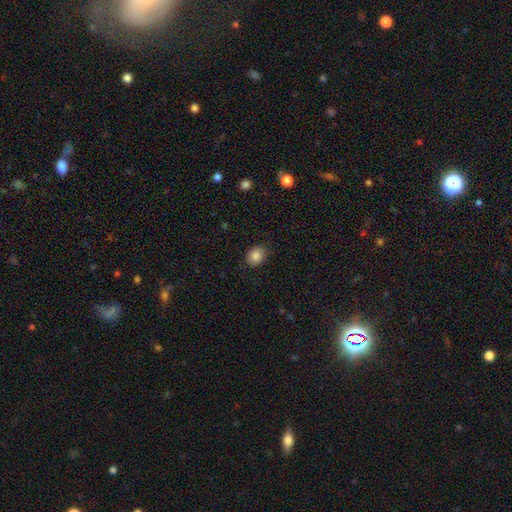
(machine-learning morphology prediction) Smooth or featured? smooth (86%)
How rounded? round (50%)
Merging? none (84%)